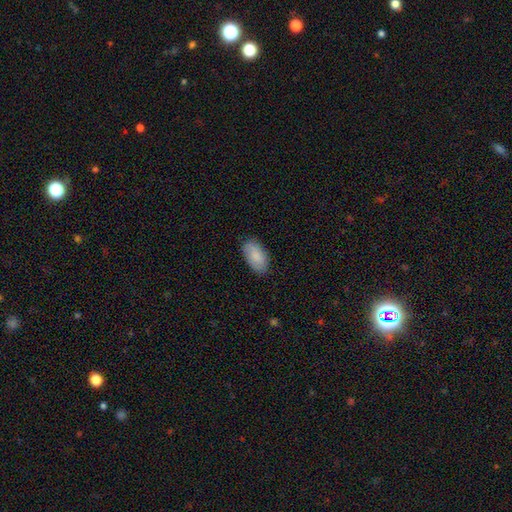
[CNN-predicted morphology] A smooth galaxy with no disk features (86%) that is in between round and cigar-shaped (94%).

Vote fractions:
- Smooth or featured? smooth: 86% / featured or disk: 8% / star or artifact: 6%
- How rounded? in between: 94% / cigar-shaped: 3% / round: 2%
- Merging? none: 83% / minor disturbance: 13% / major disturbance: 3% / merger: 1%